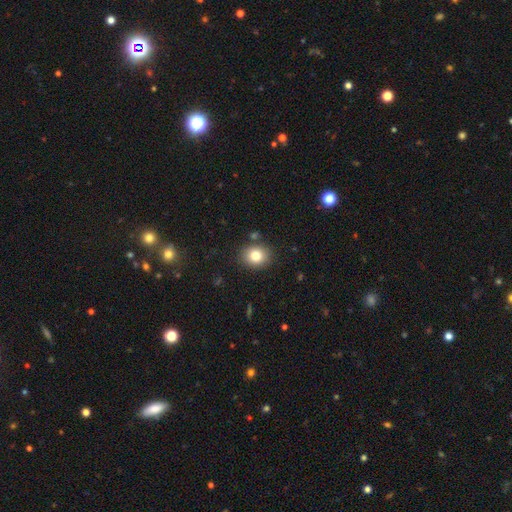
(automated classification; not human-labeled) smooth-or-featured: smooth: 81% | star or artifact: 11% | featured or disk: 9%
  how-rounded: round: 61% | in between: 38% | cigar-shaped: 1%
  merging: none: 84% | minor disturbance: 9% | merger: 4% | major disturbance: 3%